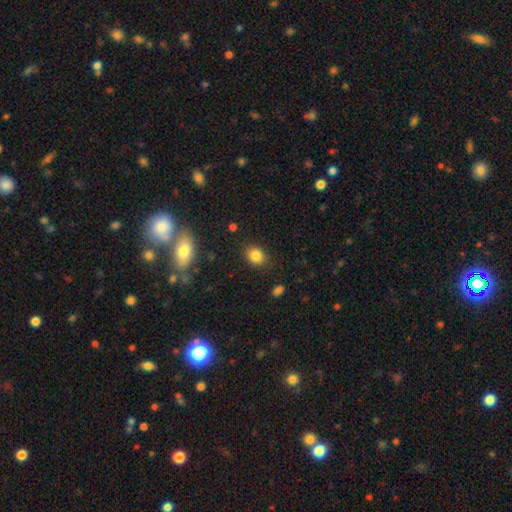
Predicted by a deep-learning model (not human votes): smooth_or_featured: smooth (p=0.84) [alt: star or artifact p=0.10]
how_rounded: round (p=0.57) [alt: in between p=0.42]
merging: none (p=0.86) [alt: minor disturbance p=0.10]